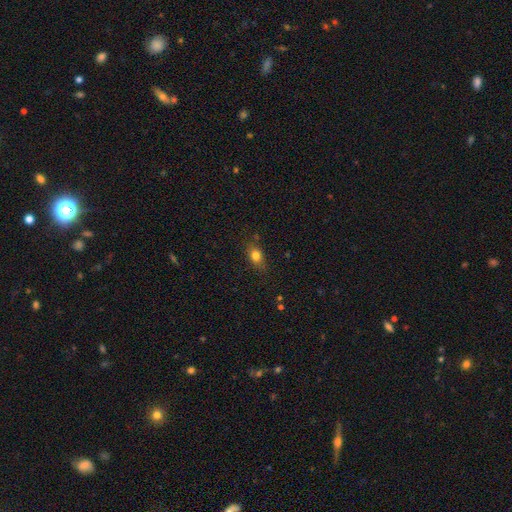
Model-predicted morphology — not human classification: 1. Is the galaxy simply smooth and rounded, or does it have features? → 79% smooth, 11% star or artifact, 10% featured or disk.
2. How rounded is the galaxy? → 64% in between, 31% round, 5% cigar-shaped.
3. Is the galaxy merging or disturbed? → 74% none, 20% minor disturbance, 5% major disturbance, 2% merger.